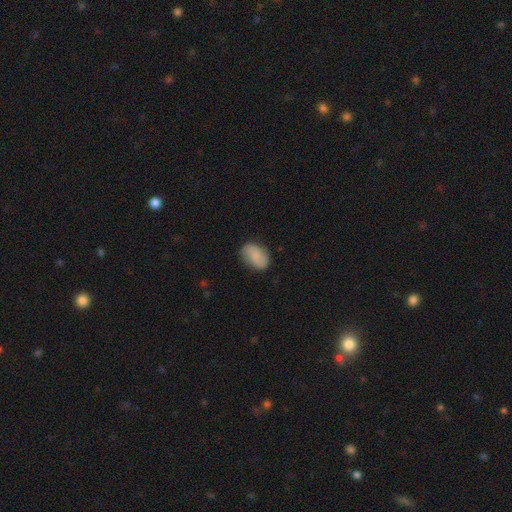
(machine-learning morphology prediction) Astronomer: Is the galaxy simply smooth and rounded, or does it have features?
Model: smooth — 69%.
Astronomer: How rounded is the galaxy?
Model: in between — 87%.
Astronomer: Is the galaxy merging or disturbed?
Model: none — 75%.